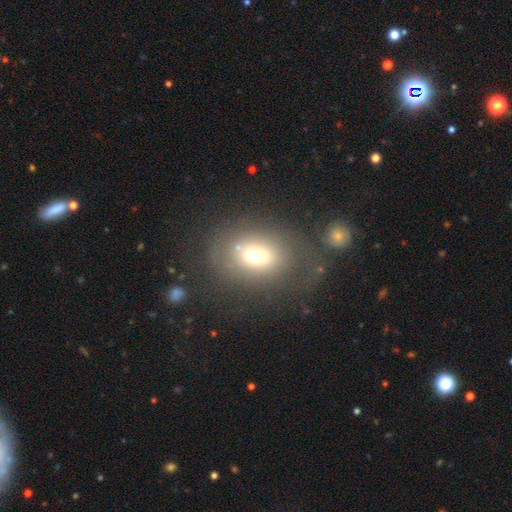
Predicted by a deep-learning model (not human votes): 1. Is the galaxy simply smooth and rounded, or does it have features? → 65% smooth, 21% featured or disk, 14% star or artifact.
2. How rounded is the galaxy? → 54% in between, 45% round, 1% cigar-shaped.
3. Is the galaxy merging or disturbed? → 50% none, 22% major disturbance, 19% minor disturbance, 8% merger.